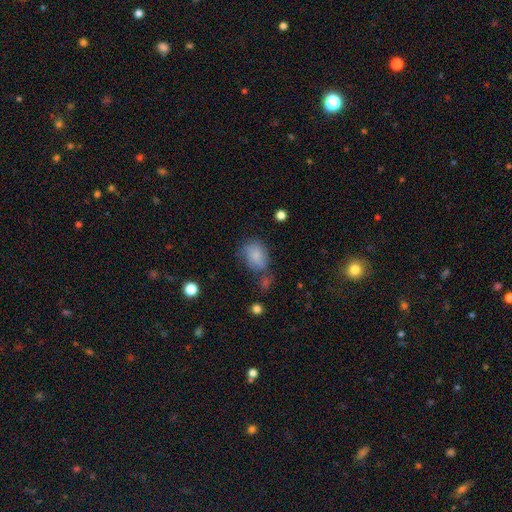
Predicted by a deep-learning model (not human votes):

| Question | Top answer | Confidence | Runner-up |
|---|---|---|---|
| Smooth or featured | smooth | 78% | featured or disk (13%) |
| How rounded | in between | 66% | round (33%) |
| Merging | none | 51% | minor disturbance (28%) |